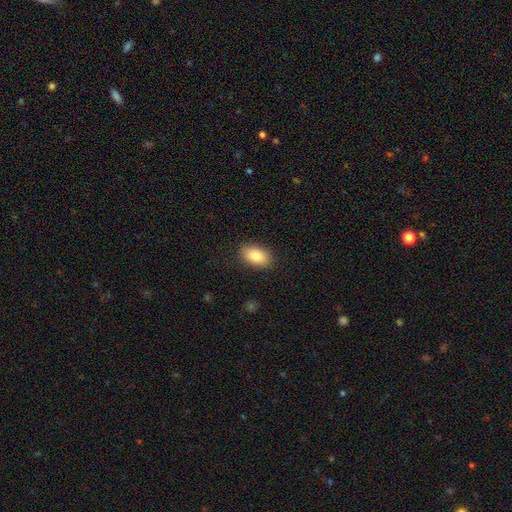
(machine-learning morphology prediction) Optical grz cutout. It shows a smooth galaxy with no disk features (84%) that is in between round and cigar-shaped (91%). Merging: none (87%).